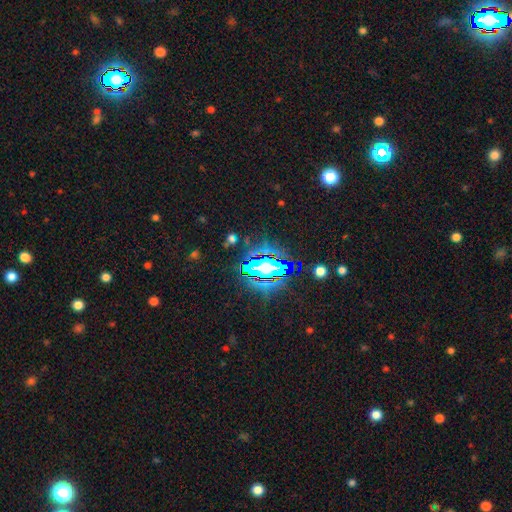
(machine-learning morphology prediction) This is clearly a star or artifact rather than a galaxy (83%).